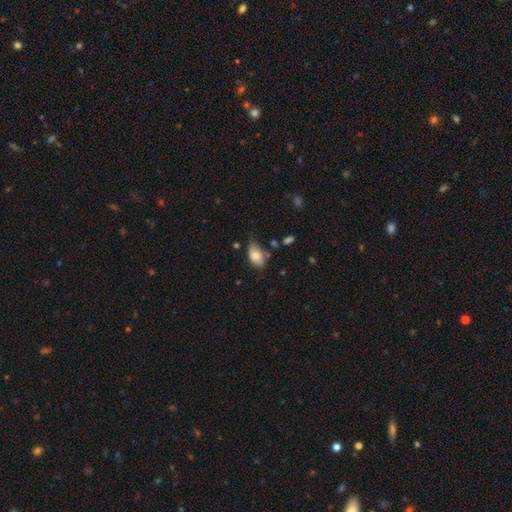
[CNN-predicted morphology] smooth_or_featured: smooth (p=0.76) [alt: featured or disk p=0.16]
how_rounded: in between (p=0.88) [alt: round p=0.10]
merging: none (p=0.47) [alt: minor disturbance p=0.38]